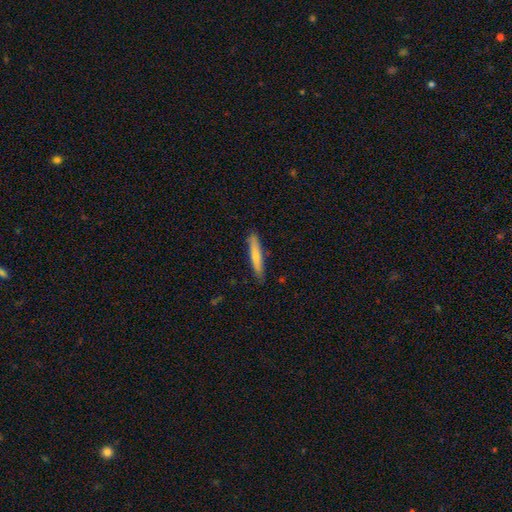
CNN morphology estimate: Overall: smooth (73%). How rounded: cigar-shaped (93%). Merging: none (86%).